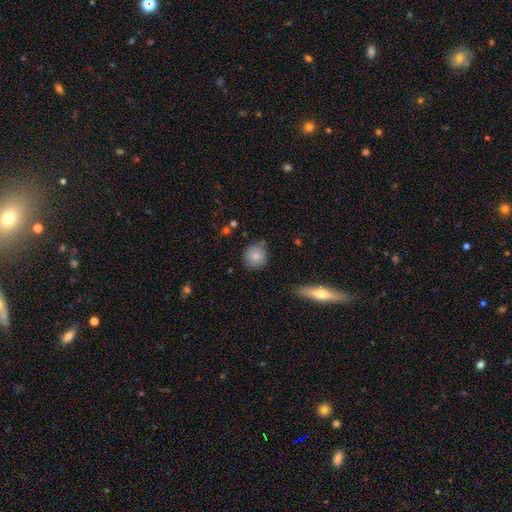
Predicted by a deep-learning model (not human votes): A smooth galaxy with no disk features (82%) that is round (90%).

Vote fractions:
- Smooth or featured? smooth: 82% / featured or disk: 10% / star or artifact: 9%
- How rounded? round: 90% / in between: 9% / cigar-shaped: 1%
- Merging? none: 79% / minor disturbance: 14% / merger: 3% / major disturbance: 3%